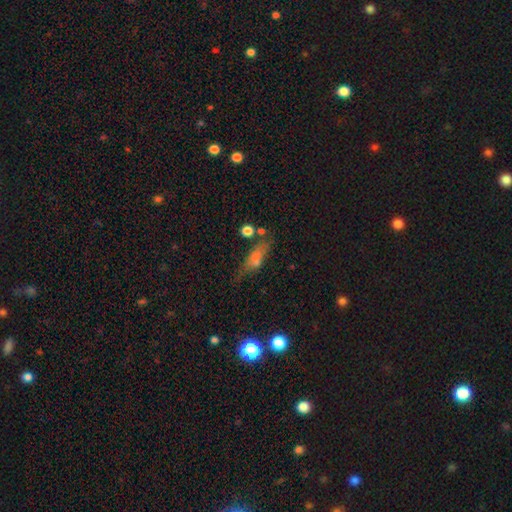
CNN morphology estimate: Smooth or featured? Predicted: smooth (p=0.50). Merging? Predicted: none (p=0.62).